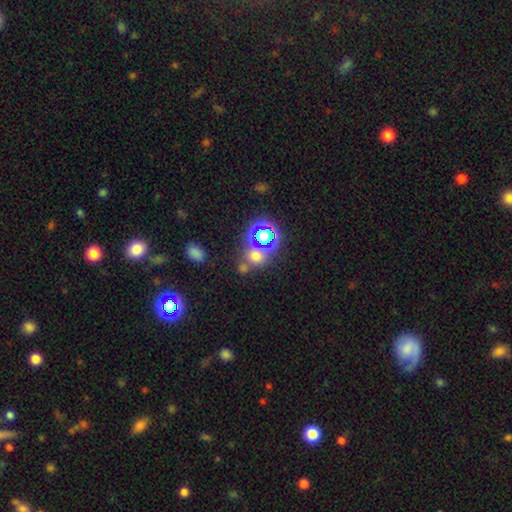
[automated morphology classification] The model was most divided on "smooth or featured": smooth: 55%, star or artifact: 36%, featured or disk: 8%. More confident: how rounded — round (78%); merging — none (63%).